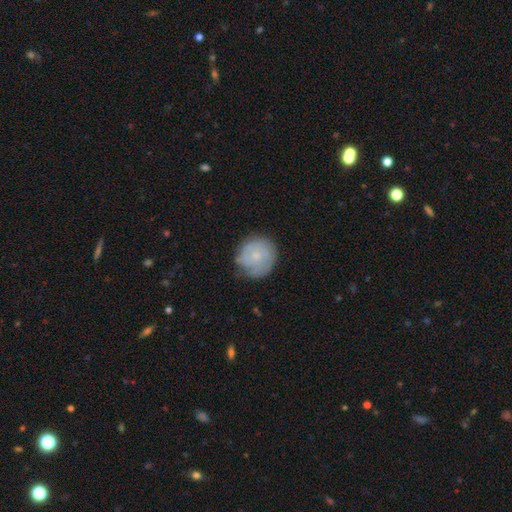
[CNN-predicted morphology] This is possibly a smooth galaxy (50%). Merging: likely none (69%).